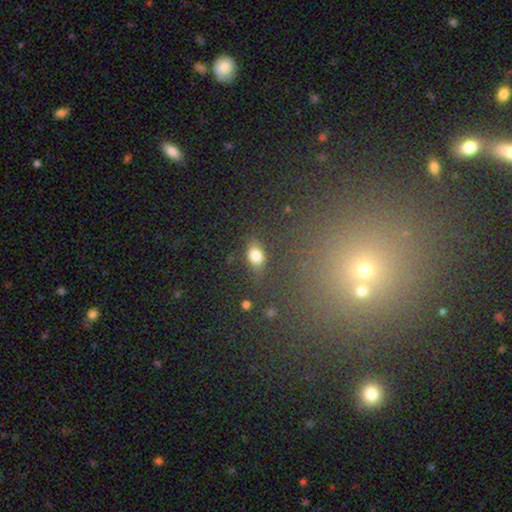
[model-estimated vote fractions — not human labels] Smooth or featured?
  - smooth: 77% *
  - star or artifact: 14%
  - featured or disk: 9%
How rounded?
  - in between: 73% *
  - round: 23%
  - cigar-shaped: 4%
Merging?
  - none: 69% *
  - minor disturbance: 18%
  - major disturbance: 8%
  - merger: 5%